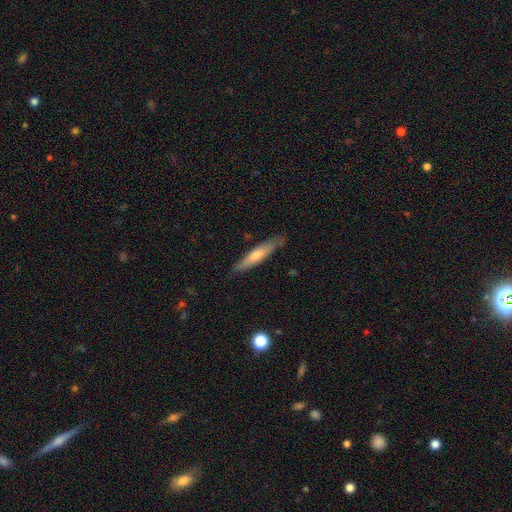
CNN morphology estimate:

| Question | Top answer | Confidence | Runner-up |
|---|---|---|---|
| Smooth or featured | smooth | 47% | featured or disk (46%) |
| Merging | none | 83% | minor disturbance (13%) |